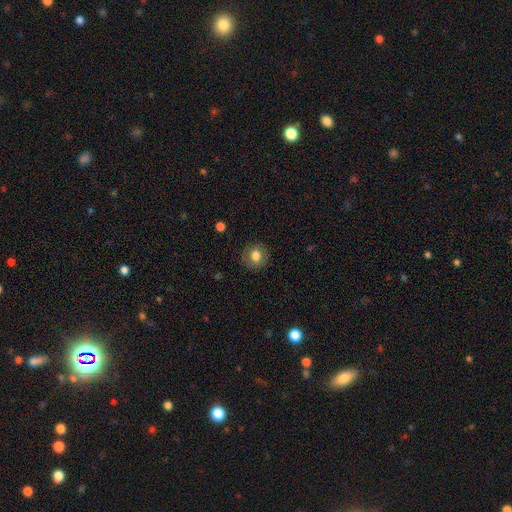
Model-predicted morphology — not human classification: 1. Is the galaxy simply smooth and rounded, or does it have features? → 76% smooth, 15% featured or disk, 9% star or artifact.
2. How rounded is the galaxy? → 85% round, 14% in between, 1% cigar-shaped.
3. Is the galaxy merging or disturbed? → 88% none, 8% minor disturbance, 3% major disturbance, 1% merger.